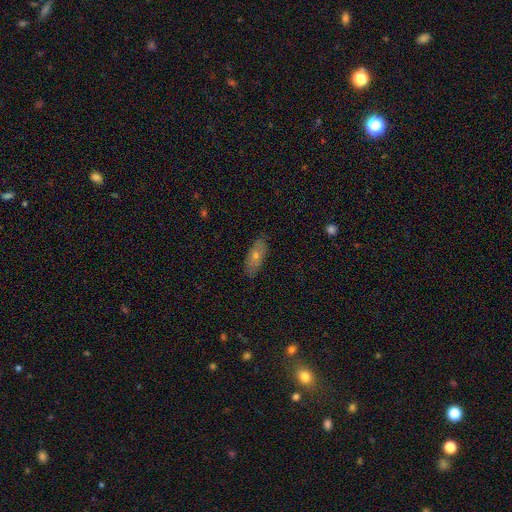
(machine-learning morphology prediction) smooth_or_featured: smooth (p=0.53) [alt: featured or disk p=0.36]
how_rounded: in between (p=0.71) [alt: cigar-shaped p=0.25]
merging: none (p=0.86) [alt: minor disturbance p=0.11]